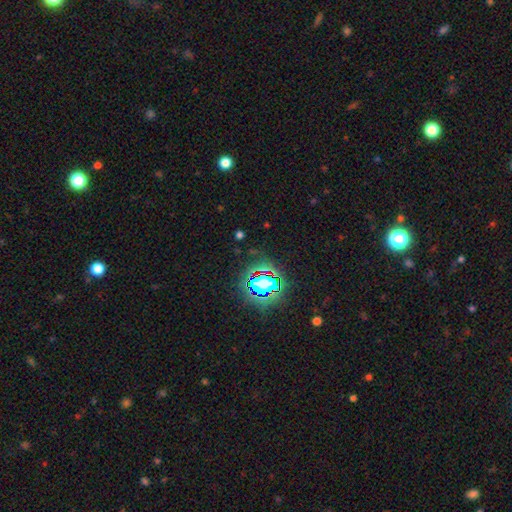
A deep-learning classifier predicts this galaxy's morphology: Smooth or featured? star or artifact (79%)